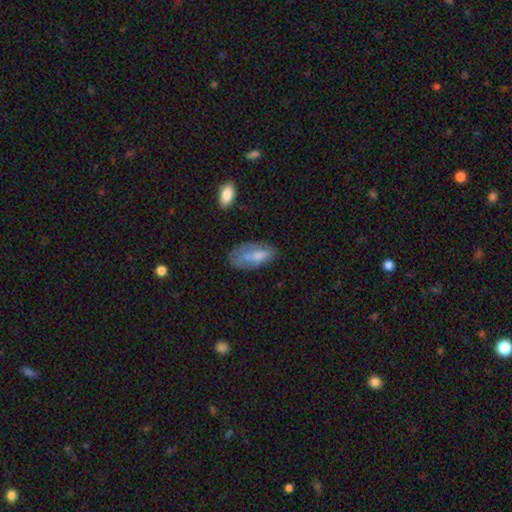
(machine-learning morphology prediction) Q: Smooth or featured?
A: smooth (67%); runner-up: featured or disk (25%)
Q: How rounded?
A: in between (85%); runner-up: cigar-shaped (12%)
Q: Merging?
A: none (52%); runner-up: minor disturbance (29%)